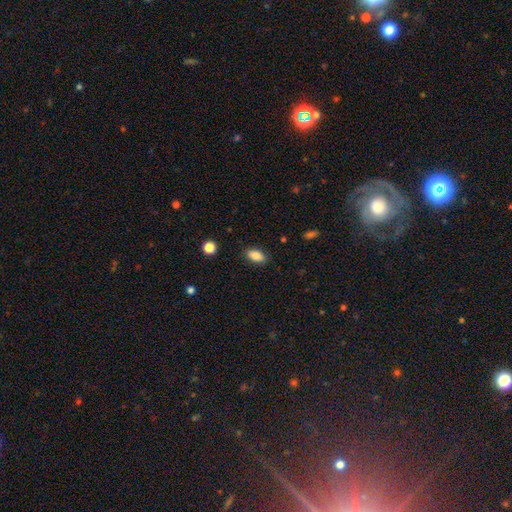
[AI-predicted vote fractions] Overall: smooth (86%). How rounded: in between (91%). Merging: none (86%).